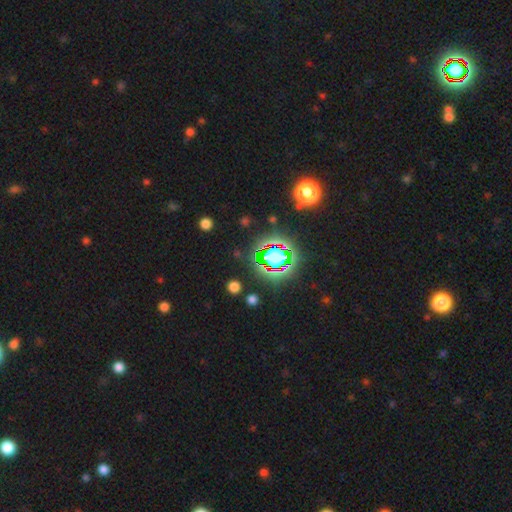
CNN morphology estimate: smooth_or_featured: star or artifact (p=0.80) [alt: smooth p=0.13]